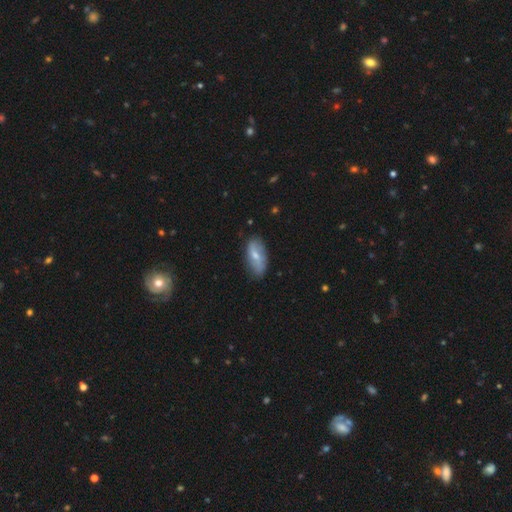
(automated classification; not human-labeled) smooth-or-featured: smooth: 48% | featured or disk: 45% | star or artifact: 6%
  merging: none: 74% | minor disturbance: 20% | major disturbance: 4% | merger: 2%